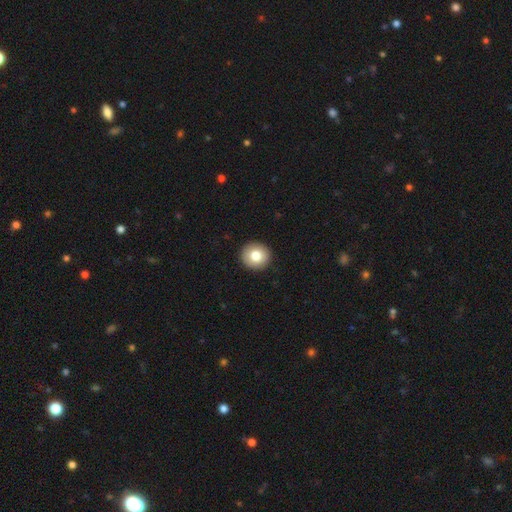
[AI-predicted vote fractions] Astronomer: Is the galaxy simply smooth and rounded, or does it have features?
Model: smooth — 81%.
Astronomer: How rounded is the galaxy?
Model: round — 93%.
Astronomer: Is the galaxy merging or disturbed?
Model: none — 93%.